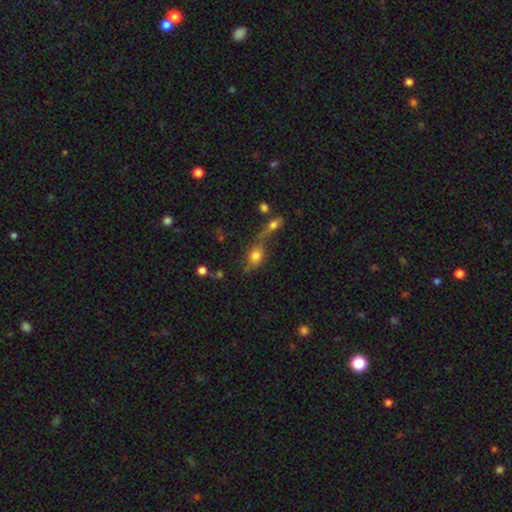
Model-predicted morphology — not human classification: Smooth or featured: smooth — 75% (featured or disk — 13%)
How rounded: in between — 55% (round — 41%)
Merging: merger — 43% (none — 35%)